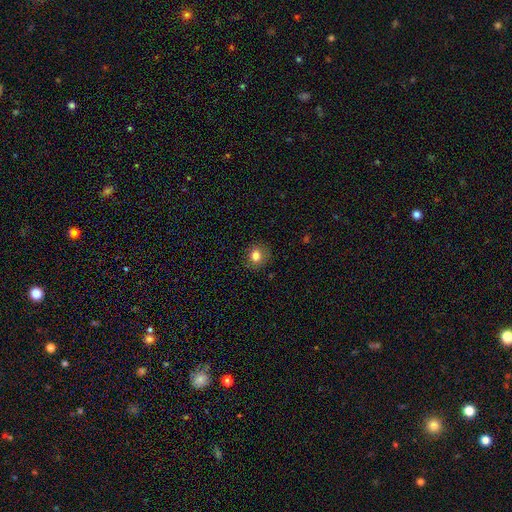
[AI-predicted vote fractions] The model was most divided on "how rounded": round: 82%, in between: 17%, cigar-shaped: 1%. More confident: merging — none (87%); smooth or featured — smooth (80%).